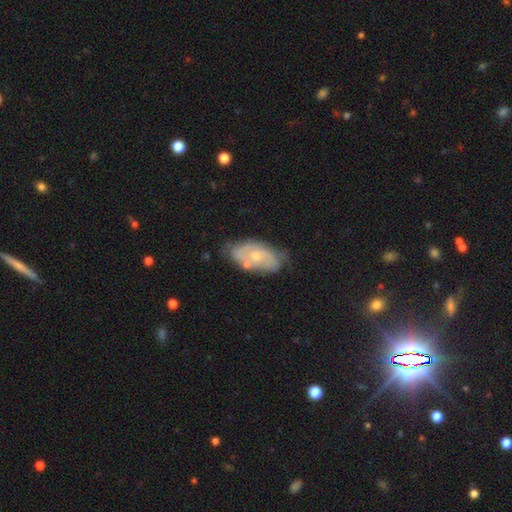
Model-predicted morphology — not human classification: A featured or disk galaxy (57%) with no bar (81%), spiral arms (55%) and a small central bulge (57%).

Vote fractions:
- Smooth or featured? featured or disk: 57% / smooth: 36% / star or artifact: 7%
- Edge-on disk? no: 92% / yes: 8%
- Bar? no: 81% / weak: 16% / strong: 3%
- Spiral arms? yes: 55% / no: 45%
- Bulge size? small: 57% / moderate: 38% / none: 2% / large: 2% / dominant: 1%
- Merging? none: 55% / minor disturbance: 28% / merger: 10% / major disturbance: 8%